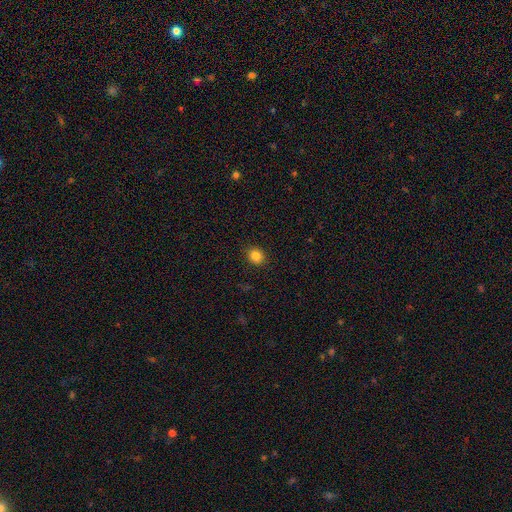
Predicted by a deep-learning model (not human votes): Smooth or featured: smooth — 84% (star or artifact — 11%)
How rounded: round — 70% (in between — 29%)
Merging: none — 90% (minor disturbance — 7%)